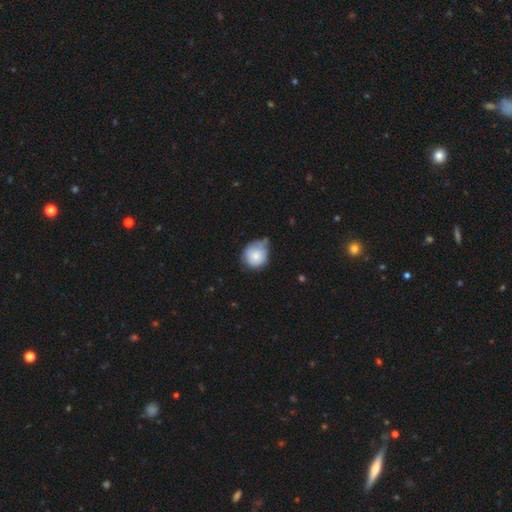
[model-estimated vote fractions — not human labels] A smooth galaxy with no disk features (78%) that is round (86%).

Vote fractions:
- Smooth or featured? smooth: 78% / featured or disk: 14% / star or artifact: 8%
- How rounded? round: 86% / in between: 13% / cigar-shaped: 1%
- Merging? none: 46% / minor disturbance: 38% / major disturbance: 8% / merger: 8%